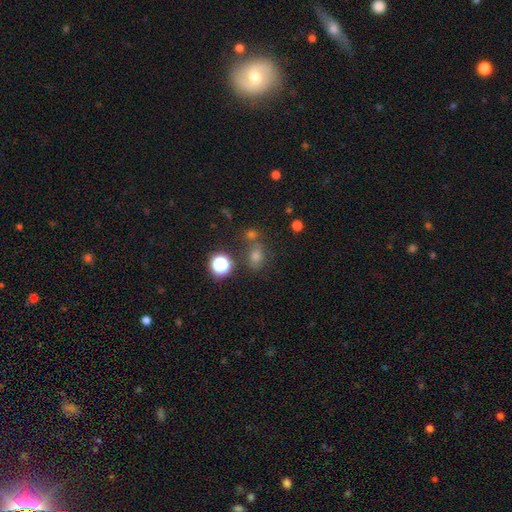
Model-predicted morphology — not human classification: Smooth or featured? Predicted: smooth (p=0.55). How rounded? Predicted: round (p=0.61). Merging? Predicted: none (p=0.63).